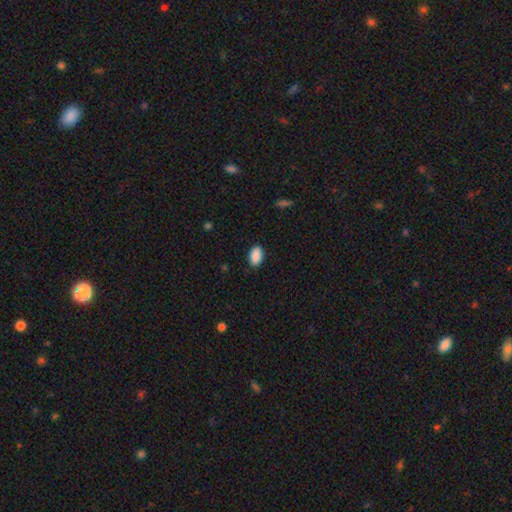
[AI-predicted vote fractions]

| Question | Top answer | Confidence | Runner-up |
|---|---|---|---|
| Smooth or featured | smooth | 90% | star or artifact (7%) |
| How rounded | in between | 92% | round (6%) |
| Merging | none | 87% | minor disturbance (9%) |